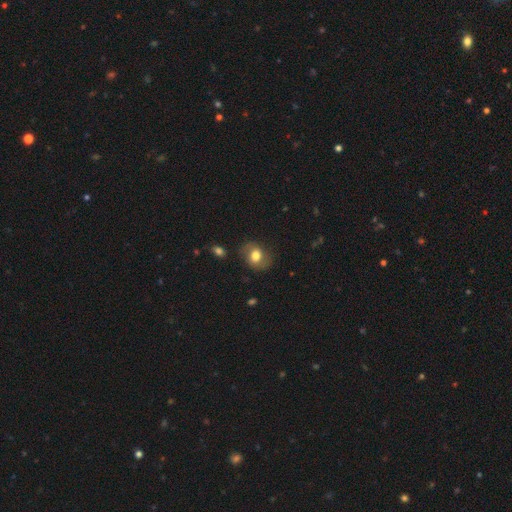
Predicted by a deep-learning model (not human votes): The model was most divided on "how rounded": in between: 51%, round: 48%, cigar-shaped: 1%. More confident: merging — none (74%); smooth or featured — smooth (62%).